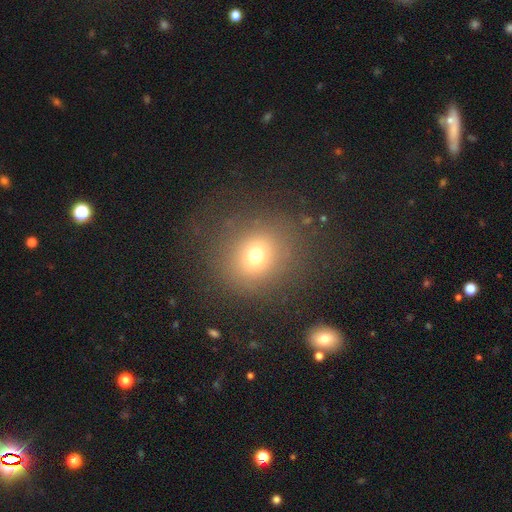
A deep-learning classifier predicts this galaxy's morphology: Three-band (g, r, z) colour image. It shows a smooth galaxy with no disk features (69%) that is round (82%). Merging: none (80%).